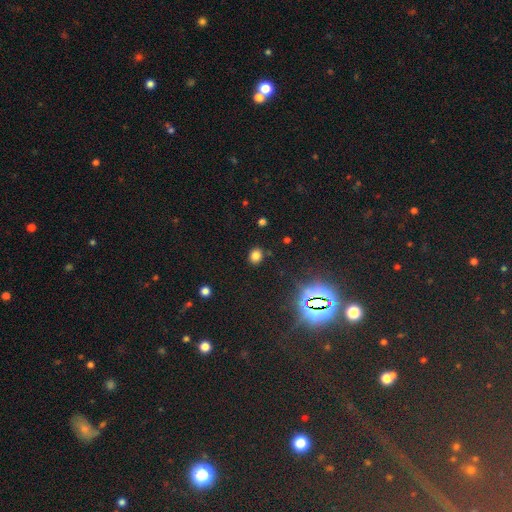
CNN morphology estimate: Smooth or featured? smooth (75%)
How rounded? round (63%)
Merging? none (86%)